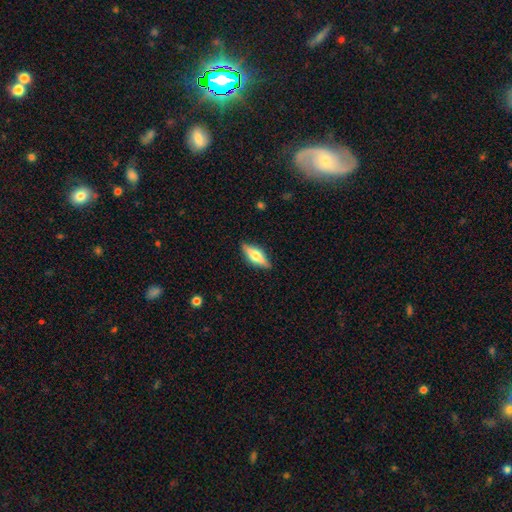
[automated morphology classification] A featured or disk galaxy (48%).

Vote fractions:
- Smooth or featured? featured or disk: 48% / smooth: 46% / star or artifact: 7%
- Merging? none: 86% / minor disturbance: 11% / major disturbance: 2% / merger: 1%